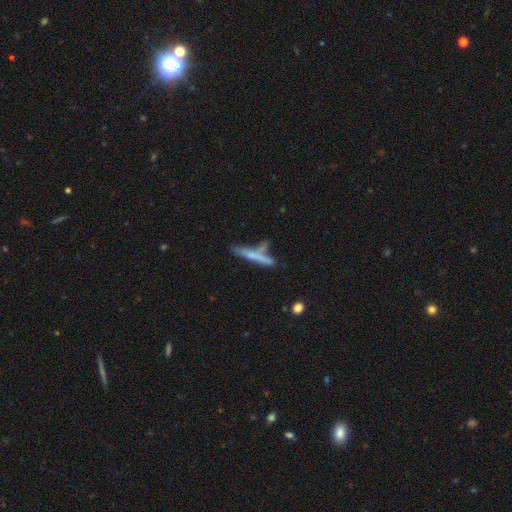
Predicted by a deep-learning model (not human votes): This appears to be a smooth galaxy with no disk features (54%) that is cigar-shaped (91%). Merging: none (51%).